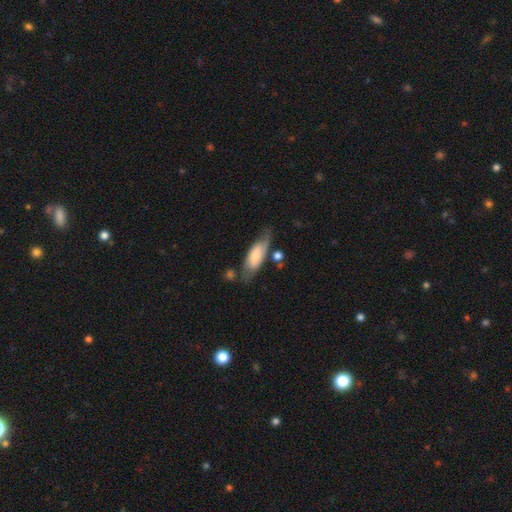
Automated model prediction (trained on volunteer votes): Smooth or featured? smooth (61%)
How rounded? in between (68%)
Merging? none (56%)